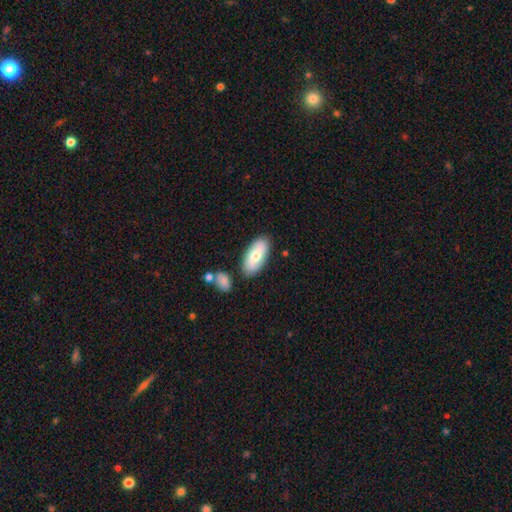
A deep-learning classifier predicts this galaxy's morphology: This appears to be a smooth galaxy with no disk features (67%) that is in between round and cigar-shaped (88%). Merging: none (82%).